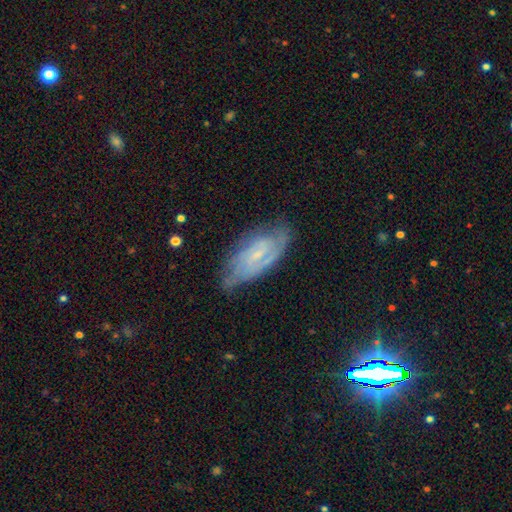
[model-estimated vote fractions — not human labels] A featured or disk galaxy (64%) with no bar (48%), tight (52%) spiral arms (86%) and a small central bulge (66%). Merging: none (69%).